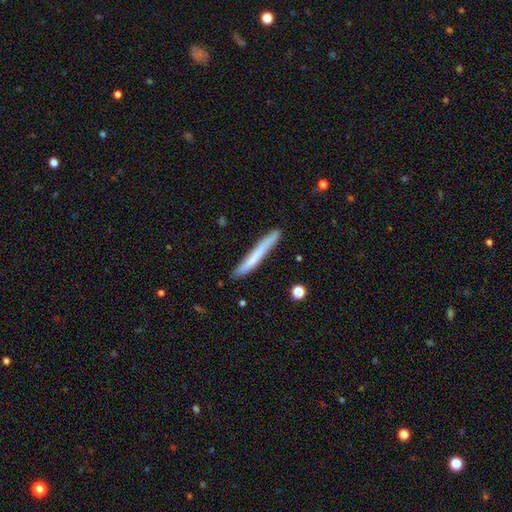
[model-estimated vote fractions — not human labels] Overall: smooth (65%; featured or disk 29%). How rounded: cigar-shaped (97%). Merging: none (85%).